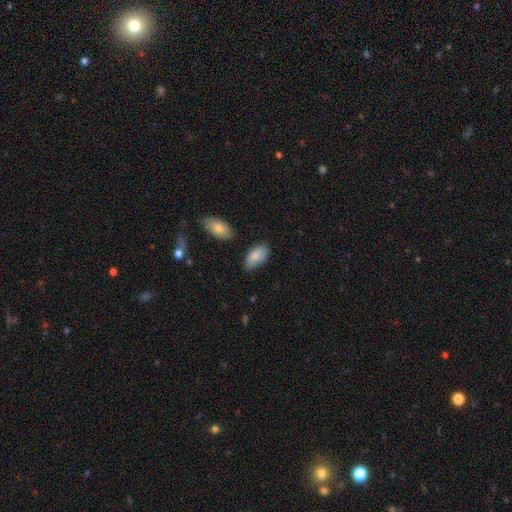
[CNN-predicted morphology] Q: Smooth or featured?
A: smooth (83%); runner-up: featured or disk (11%)
Q: How rounded?
A: in between (94%); runner-up: round (3%)
Q: Merging?
A: none (64%); runner-up: minor disturbance (28%)